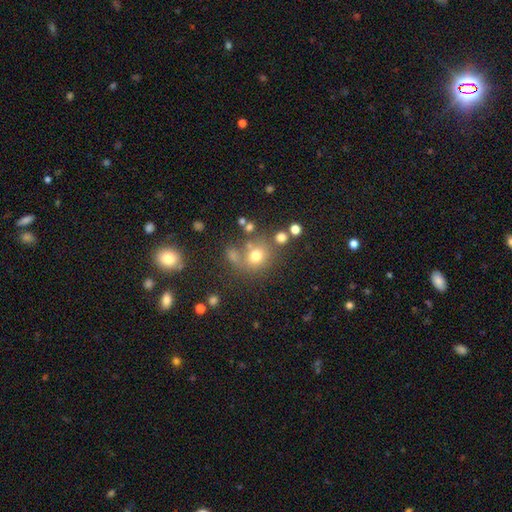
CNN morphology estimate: The model was most divided on "merging": none: 61%, merger: 18%, minor disturbance: 13%, major disturbance: 8%. More confident: how rounded — round (80%); smooth or featured — smooth (69%).